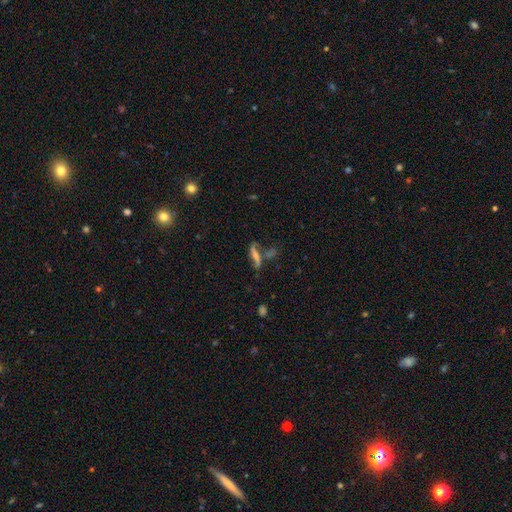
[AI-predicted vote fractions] Smooth or featured? featured or disk (50%)
Merging? none (48%)